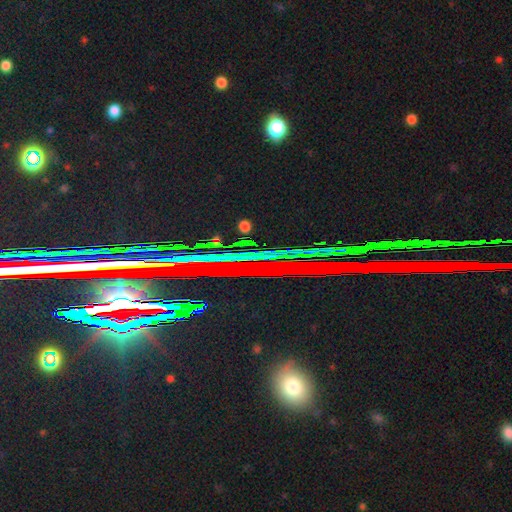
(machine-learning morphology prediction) Smooth or featured? Predicted: star or artifact (p=0.81).